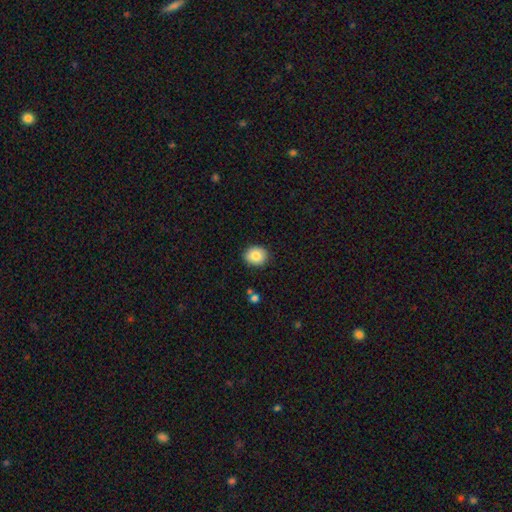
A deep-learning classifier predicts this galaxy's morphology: Smooth or featured? Predicted: smooth (p=0.84). How rounded? Predicted: round (p=0.70). Merging? Predicted: none (p=0.89).